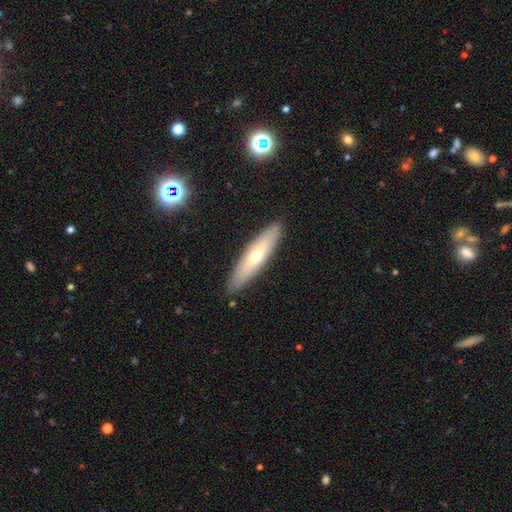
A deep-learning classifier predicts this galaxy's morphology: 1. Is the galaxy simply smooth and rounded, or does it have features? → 52% smooth, 41% featured or disk, 7% star or artifact.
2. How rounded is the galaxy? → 77% cigar-shaped, 21% in between, 2% round.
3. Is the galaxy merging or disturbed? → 89% none, 8% minor disturbance, 2% major disturbance, 1% merger.